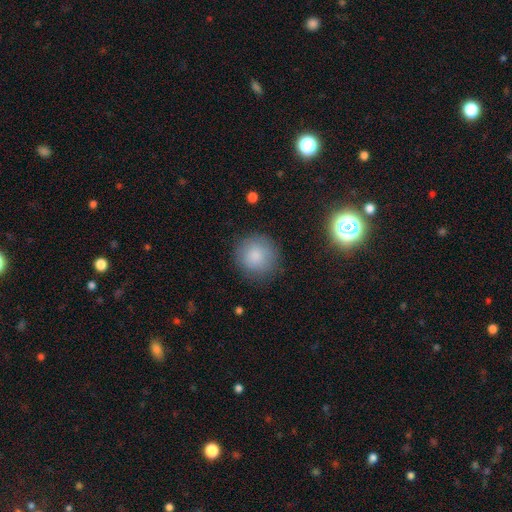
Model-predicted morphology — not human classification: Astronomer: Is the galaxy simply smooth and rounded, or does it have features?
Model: smooth — 85%.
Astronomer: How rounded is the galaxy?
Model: round — 93%.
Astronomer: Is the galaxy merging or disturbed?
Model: none — 84%.